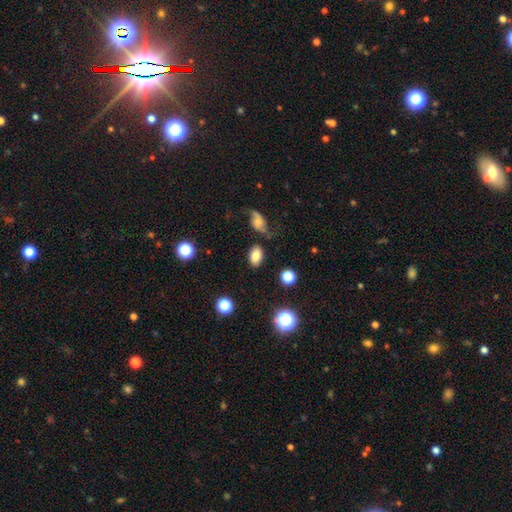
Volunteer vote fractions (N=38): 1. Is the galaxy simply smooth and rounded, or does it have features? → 76% smooth, 21% featured or disk, 3% star or artifact.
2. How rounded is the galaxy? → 90% in between, 10% round, 0% cigar-shaped.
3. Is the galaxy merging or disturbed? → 70% none, 22% minor disturbance, 8% major disturbance, 0% merger.